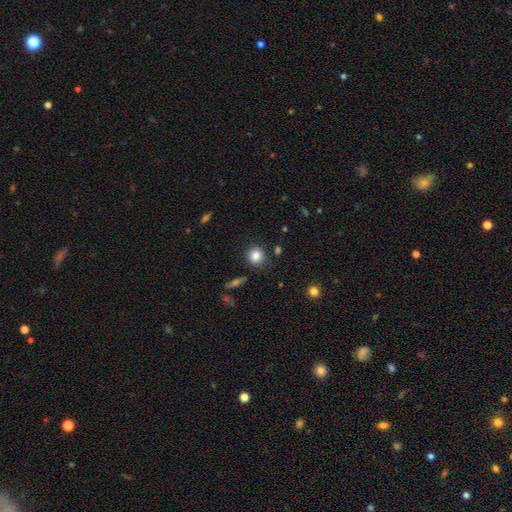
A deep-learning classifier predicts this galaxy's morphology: smooth_or_featured: smooth (p=0.83) [alt: star or artifact p=0.10]
how_rounded: round (p=0.88) [alt: in between p=0.11]
merging: none (p=0.82) [alt: minor disturbance p=0.11]